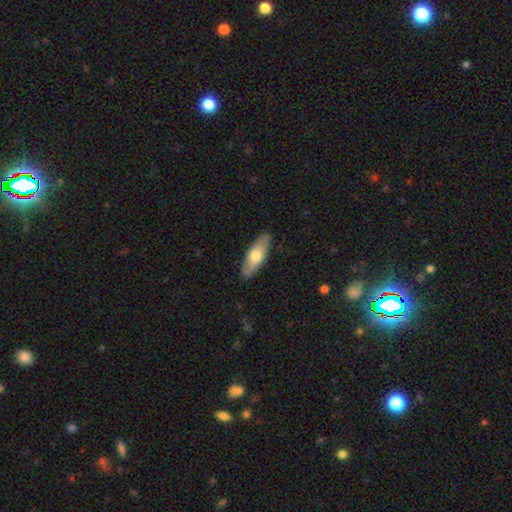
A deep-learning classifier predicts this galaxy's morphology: smooth_or_featured: smooth (p=0.60) [alt: featured or disk p=0.35]
how_rounded: in between (p=0.65) [alt: cigar-shaped p=0.33]
merging: none (p=0.86) [alt: minor disturbance p=0.11]